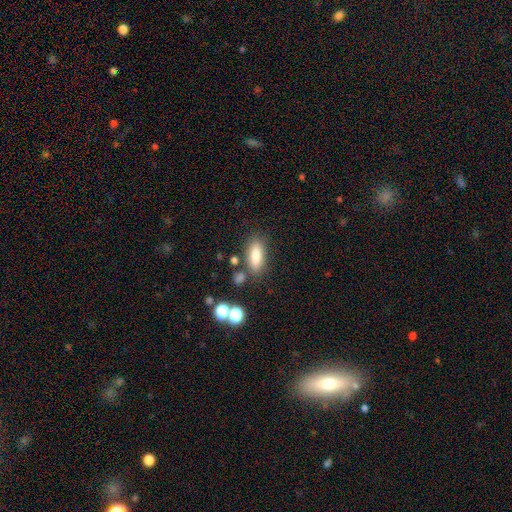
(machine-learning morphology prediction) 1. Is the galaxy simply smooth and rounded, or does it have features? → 81% smooth, 10% featured or disk, 9% star or artifact.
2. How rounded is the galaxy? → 70% in between, 27% cigar-shaped, 4% round.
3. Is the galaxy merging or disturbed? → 75% none, 13% minor disturbance, 7% merger, 4% major disturbance.